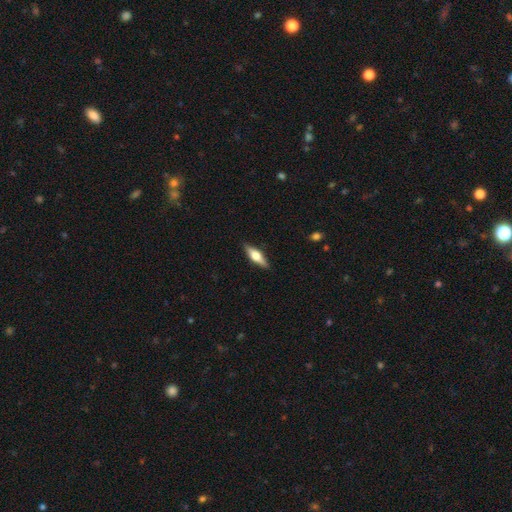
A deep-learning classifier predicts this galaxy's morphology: featured or disk 54%, smooth 40%, star or artifact 6%. Down the decision tree: edge-on disk — yes (94%); edge-on bulge — rounded (92%); merging — none (89%).